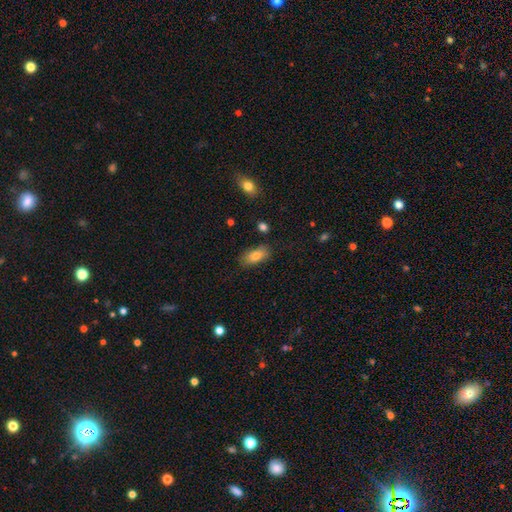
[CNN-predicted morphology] Smooth or featured: smooth — 83% (featured or disk — 9%)
How rounded: in between — 89% (cigar-shaped — 8%)
Merging: none — 80% (minor disturbance — 14%)